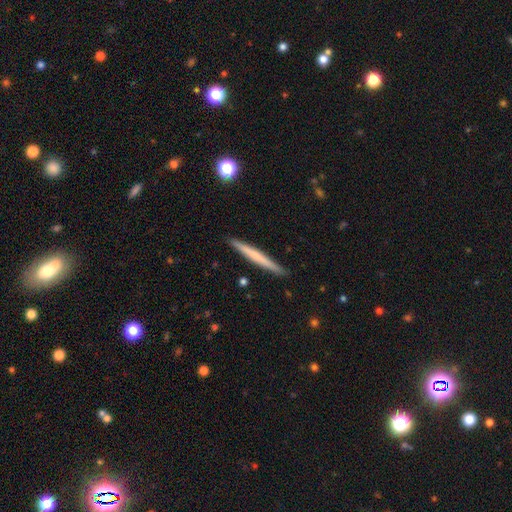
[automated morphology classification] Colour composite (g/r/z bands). It shows a smooth galaxy with no disk features (55%) that is cigar-shaped (97%). Merging: none (91%).